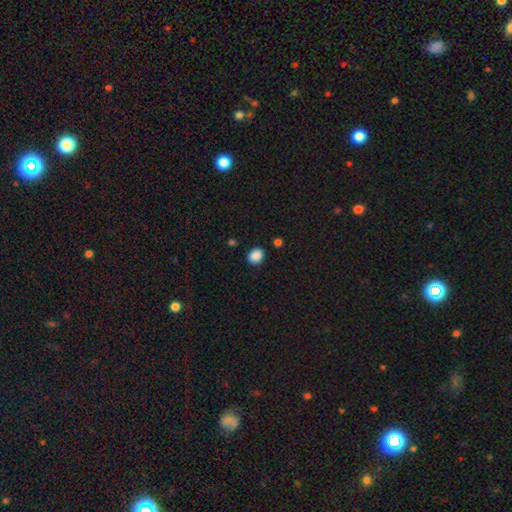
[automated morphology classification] Overall: smooth (88%). How rounded: round (57%; in between 42%). Merging: none (85%).